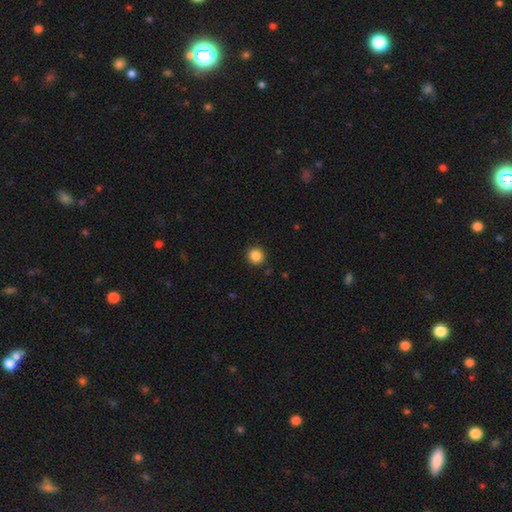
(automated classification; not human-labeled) This is clearly a smooth galaxy (86%). How rounded: clearly round (92%). Merging: clearly none (90%).